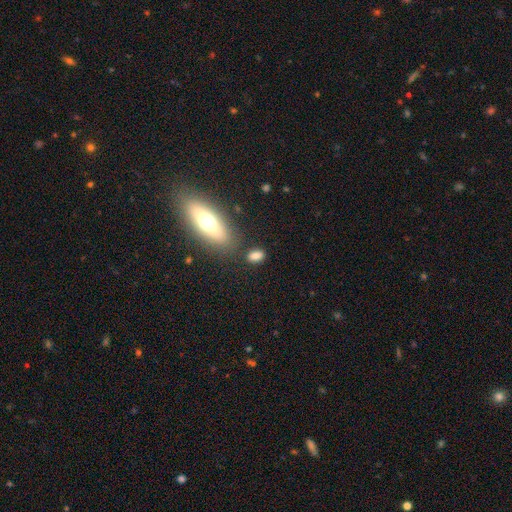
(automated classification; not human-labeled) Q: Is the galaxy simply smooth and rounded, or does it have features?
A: smooth — 80%.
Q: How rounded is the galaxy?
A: in between — 81%.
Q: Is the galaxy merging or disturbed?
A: none — 74%.